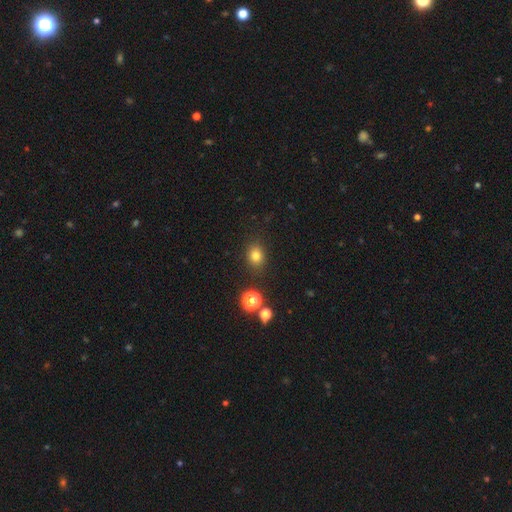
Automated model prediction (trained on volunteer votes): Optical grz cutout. It shows a smooth galaxy with no disk features (79%) that is round (56%). Merging: none (86%).